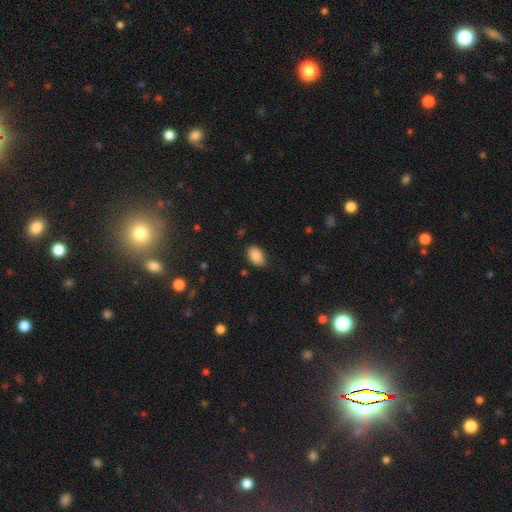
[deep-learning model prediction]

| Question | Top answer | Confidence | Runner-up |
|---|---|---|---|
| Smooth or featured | smooth | 86% | star or artifact (8%) |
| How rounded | in between | 91% | round (7%) |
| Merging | none | 83% | minor disturbance (13%) |